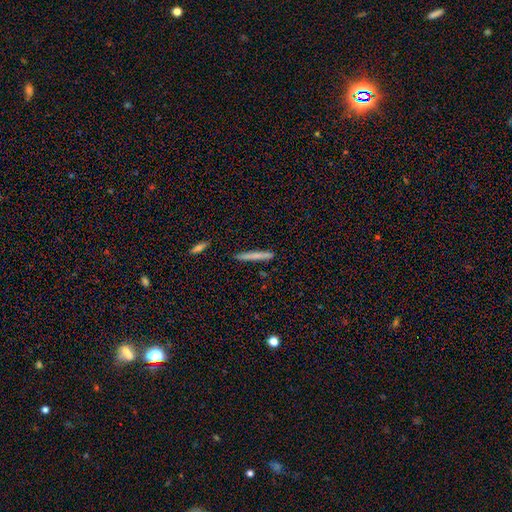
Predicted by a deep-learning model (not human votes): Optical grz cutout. It shows a smooth galaxy with no disk features (73%) that is cigar-shaped (96%). Merging: none (89%).